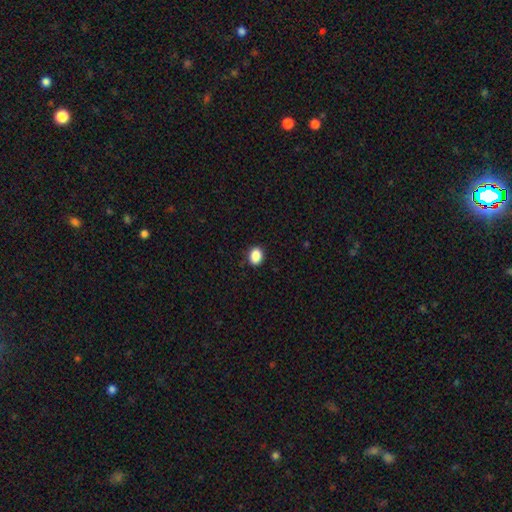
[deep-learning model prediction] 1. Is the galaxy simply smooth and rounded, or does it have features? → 88% smooth, 9% star or artifact, 3% featured or disk.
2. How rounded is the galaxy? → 60% in between, 39% round, 1% cigar-shaped.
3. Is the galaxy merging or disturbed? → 89% none, 8% minor disturbance, 2% major disturbance, 1% merger.